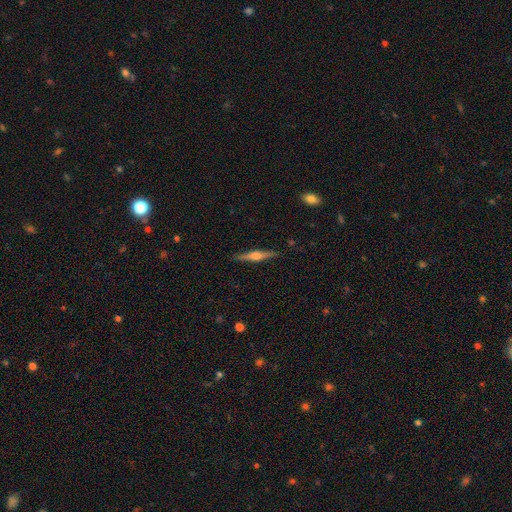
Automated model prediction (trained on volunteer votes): Morphology: type=featured or disk (71%); edge-on=yes (98%); edge-on bulge=rounded (86%); merging=none (90%).